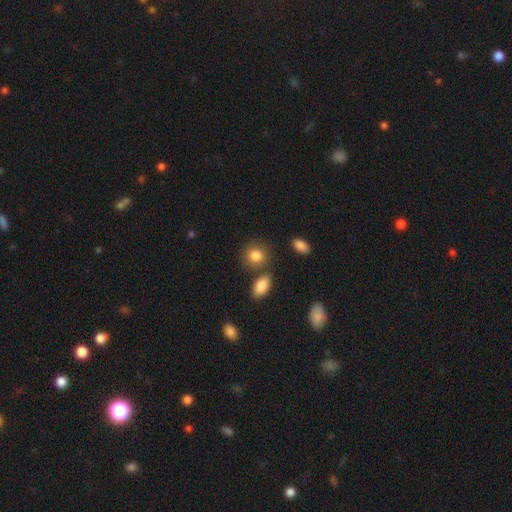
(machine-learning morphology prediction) A smooth galaxy with no disk features (86%) that is round (64%).

Vote fractions:
- Smooth or featured? smooth: 86% / star or artifact: 8% / featured or disk: 6%
- How rounded? round: 64% / in between: 34% / cigar-shaped: 1%
- Merging? none: 72% / merger: 12% / minor disturbance: 12% / major disturbance: 4%